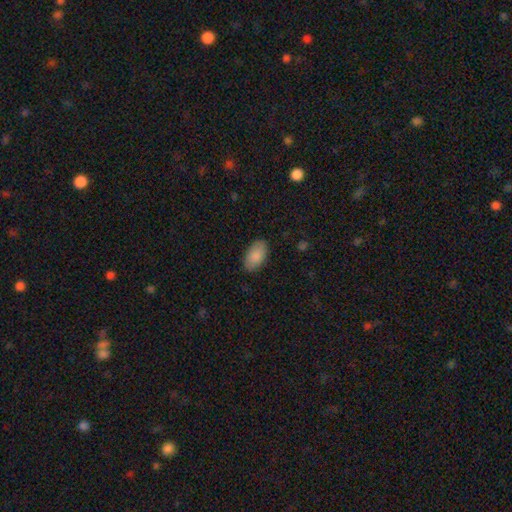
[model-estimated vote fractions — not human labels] A smooth galaxy with no disk features (88%) that is in between round and cigar-shaped (95%).

Vote fractions:
- Smooth or featured? smooth: 88% / star or artifact: 6% / featured or disk: 6%
- How rounded? in between: 95% / round: 3% / cigar-shaped: 2%
- Merging? none: 86% / minor disturbance: 10% / major disturbance: 2% / merger: 1%